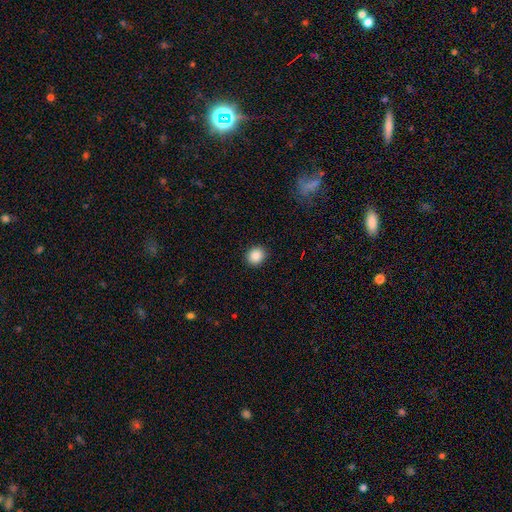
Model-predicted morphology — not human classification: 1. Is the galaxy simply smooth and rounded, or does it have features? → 88% smooth, 9% star or artifact, 3% featured or disk.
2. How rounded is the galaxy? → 81% round, 18% in between, 1% cigar-shaped.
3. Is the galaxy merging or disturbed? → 91% none, 6% minor disturbance, 2% major disturbance, 1% merger.